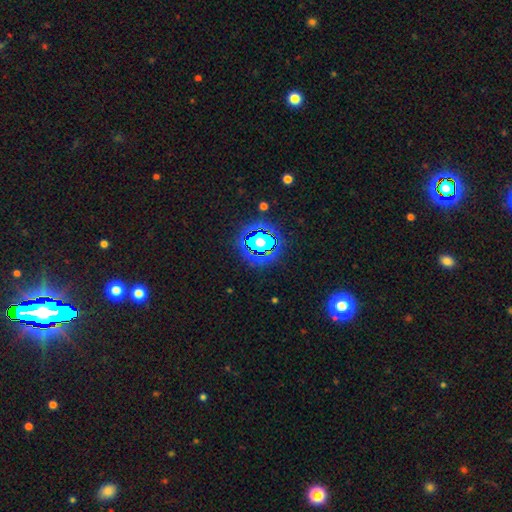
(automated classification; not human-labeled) A star or artifact, not a galaxy (80%).

Vote fractions:
- Smooth or featured? star or artifact: 80% / smooth: 12% / featured or disk: 8%